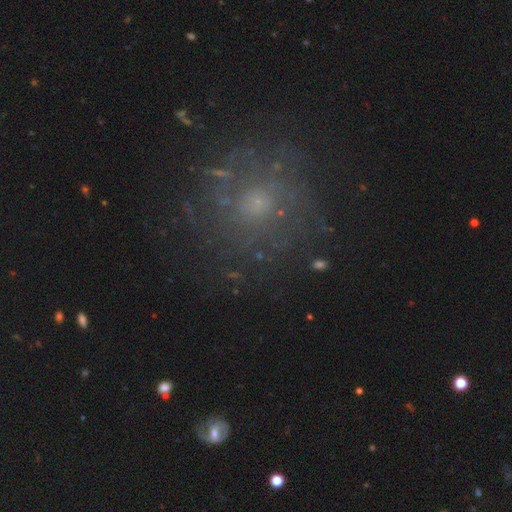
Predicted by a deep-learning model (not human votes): Smooth or featured: featured or disk — 39% (smooth — 34%)
Merging: none — 79% (minor disturbance — 12%)